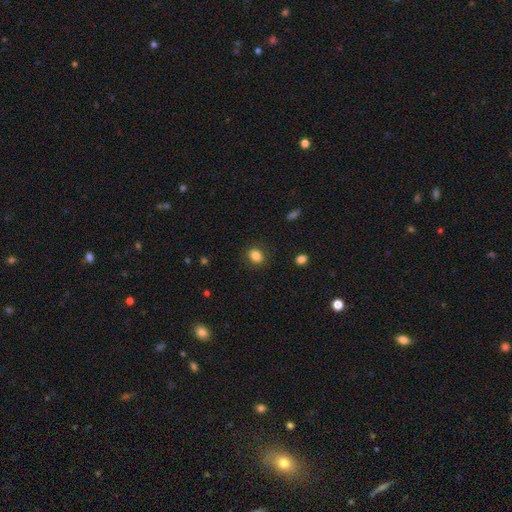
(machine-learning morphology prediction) A smooth galaxy with no disk features (85%) that is in between round and cigar-shaped (56%).

Vote fractions:
- Smooth or featured? smooth: 85% / star or artifact: 10% / featured or disk: 5%
- How rounded? in between: 56% / round: 43% / cigar-shaped: 1%
- Merging? none: 88% / minor disturbance: 8% / major disturbance: 3% / merger: 1%